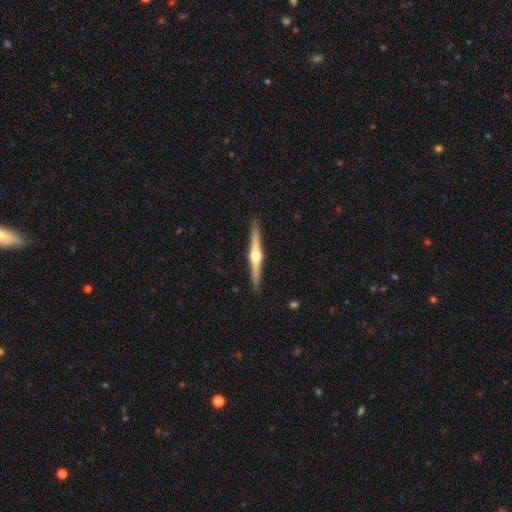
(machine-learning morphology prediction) A featured or disk galaxy (79%) viewed edge-on (98%) with a rounded central bulge (95%).

Vote fractions:
- Smooth or featured? featured or disk: 79% / smooth: 17% / star or artifact: 5%
- Edge-on disk? yes: 98% / no: 2%
- Edge-on bulge? rounded: 95% / boxy: 2% / none: 2%
- Merging? none: 91% / minor disturbance: 7% / major disturbance: 1% / merger: 1%